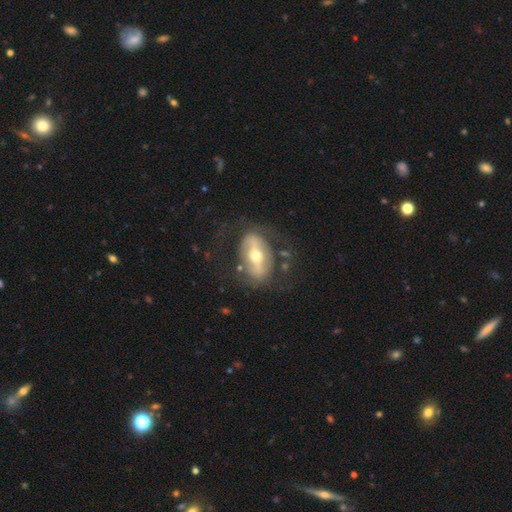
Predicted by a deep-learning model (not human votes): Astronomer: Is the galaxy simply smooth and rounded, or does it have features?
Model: featured or disk — 69%.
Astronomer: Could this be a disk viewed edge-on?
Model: no — 87%.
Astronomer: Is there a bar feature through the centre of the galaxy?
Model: strong — 61%.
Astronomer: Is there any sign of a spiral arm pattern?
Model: no — 60% (runner-up: yes, 40%).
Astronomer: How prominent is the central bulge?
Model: moderate — 63%.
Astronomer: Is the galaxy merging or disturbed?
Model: none — 64%.